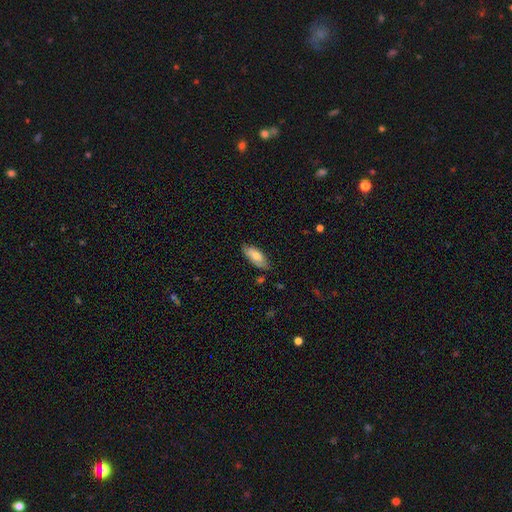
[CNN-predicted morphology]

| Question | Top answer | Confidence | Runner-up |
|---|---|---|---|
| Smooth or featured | smooth | 70% | featured or disk (24%) |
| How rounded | in between | 82% | cigar-shaped (15%) |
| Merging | none | 75% | minor disturbance (20%) |